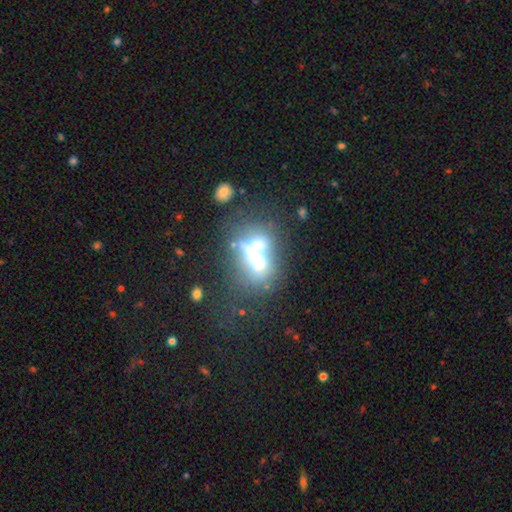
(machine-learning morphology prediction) This is possibly a featured or disk galaxy (52%). It is likely not viewed edge-on (72%). Merging: marginally merger (39%).